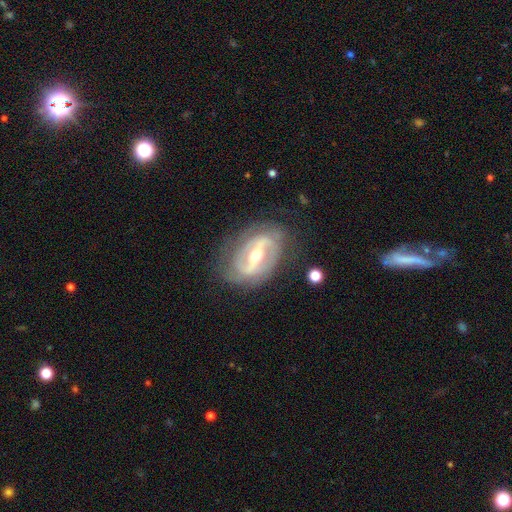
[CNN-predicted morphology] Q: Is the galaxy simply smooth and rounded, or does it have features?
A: featured or disk — 86%.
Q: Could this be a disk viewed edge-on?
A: no — 94%.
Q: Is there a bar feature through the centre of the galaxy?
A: strong — 67%.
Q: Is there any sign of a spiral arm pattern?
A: yes — 83%.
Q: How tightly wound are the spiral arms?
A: tight — 46%.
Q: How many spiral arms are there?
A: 2 — 66%.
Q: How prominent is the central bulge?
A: moderate — 60%.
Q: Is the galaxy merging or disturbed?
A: none — 75%.